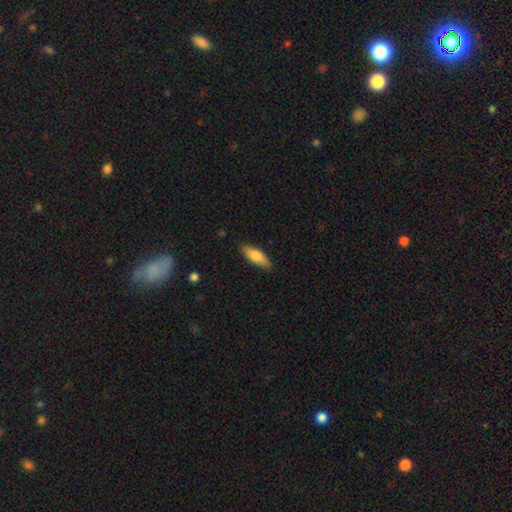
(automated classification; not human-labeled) This appears to be a smooth galaxy with no disk features (78%) that is in between round and cigar-shaped (61%). Merging: none (87%).